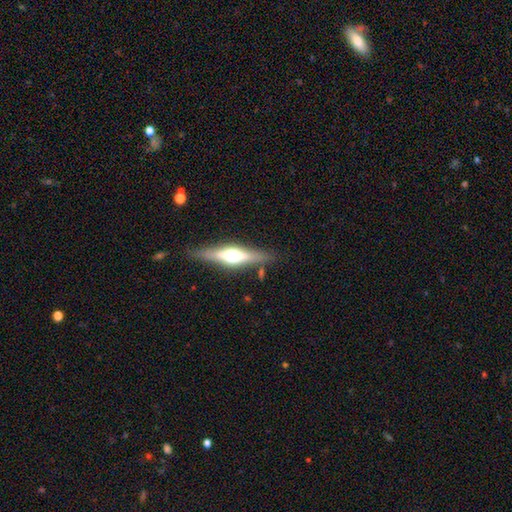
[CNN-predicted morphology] Smooth or featured?
  - featured or disk: 71% *
  - smooth: 23%
  - star or artifact: 6%
Edge-on disk?
  - yes: 96% *
  - no: 4%
Edge-on bulge?
  - rounded: 94% *
  - boxy: 4%
  - none: 2%
Merging?
  - none: 85% *
  - minor disturbance: 10%
  - merger: 2%
  - major disturbance: 2%